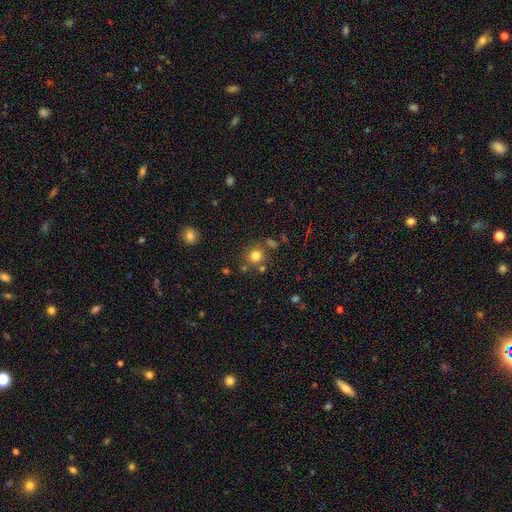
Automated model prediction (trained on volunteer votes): This is likely a smooth galaxy (78%). How rounded: clearly round (90%). Merging: likely none (76%).